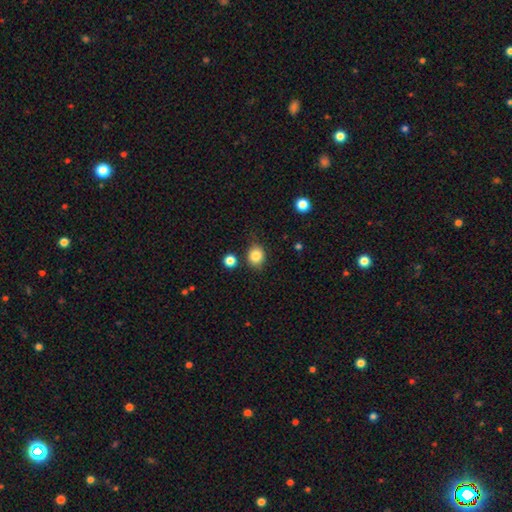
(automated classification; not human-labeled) Morphology: type=smooth (84%); roundness=round (66%); merging=none (77%).